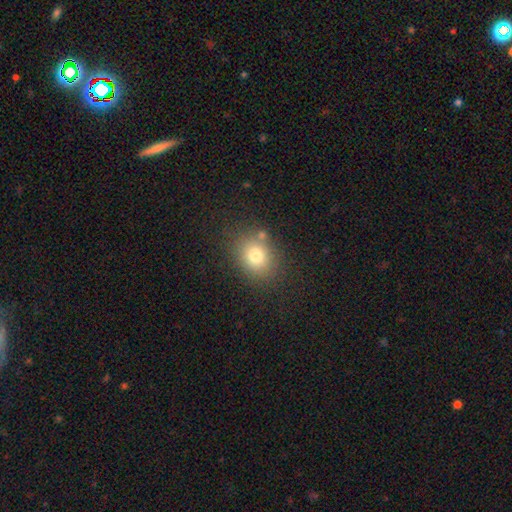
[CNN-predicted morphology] Smooth or featured?
  - smooth: 78% *
  - star or artifact: 13%
  - featured or disk: 10%
How rounded?
  - round: 55% *
  - in between: 44%
  - cigar-shaped: 1%
Merging?
  - none: 79% *
  - minor disturbance: 11%
  - merger: 6%
  - major disturbance: 4%